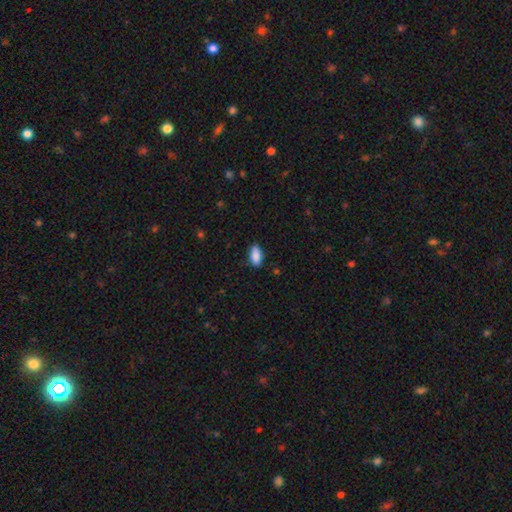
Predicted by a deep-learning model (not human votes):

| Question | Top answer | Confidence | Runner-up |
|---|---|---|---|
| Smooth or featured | smooth | 89% | star or artifact (7%) |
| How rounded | in between | 89% | cigar-shaped (9%) |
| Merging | none | 84% | minor disturbance (12%) |